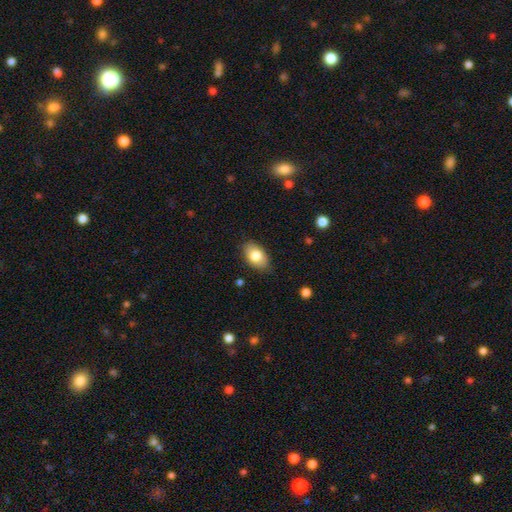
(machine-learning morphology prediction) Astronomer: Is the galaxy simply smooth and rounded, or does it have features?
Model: smooth — 82%.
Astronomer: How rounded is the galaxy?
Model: in between — 91%.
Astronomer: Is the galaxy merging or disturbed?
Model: none — 84%.